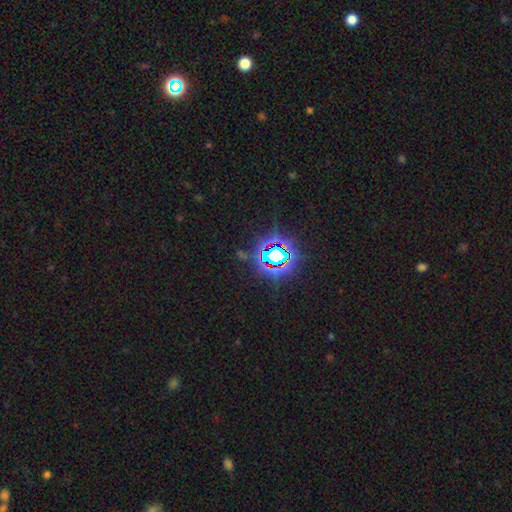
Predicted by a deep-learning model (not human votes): A star or artifact, not a galaxy (82%).

Vote fractions:
- Smooth or featured? star or artifact: 82% / smooth: 11% / featured or disk: 7%